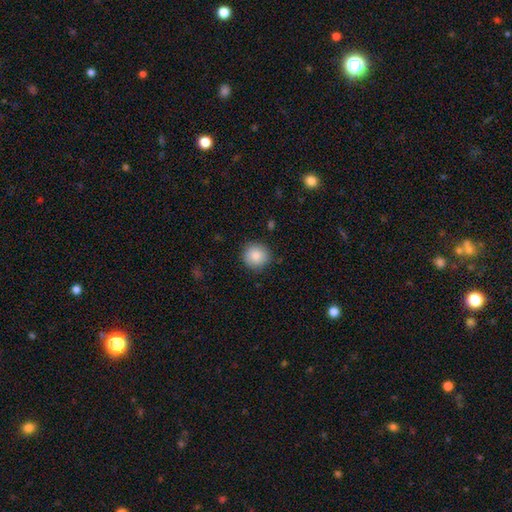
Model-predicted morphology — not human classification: smooth_or_featured: smooth (p=0.86) [alt: star or artifact p=0.08]
how_rounded: round (p=0.93) [alt: in between p=0.06]
merging: none (p=0.86) [alt: minor disturbance p=0.10]